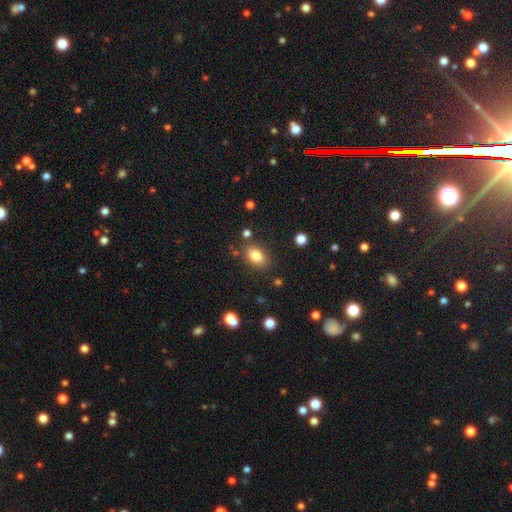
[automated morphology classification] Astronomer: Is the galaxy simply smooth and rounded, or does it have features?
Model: smooth — 82%.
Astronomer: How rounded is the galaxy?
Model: in between — 80%.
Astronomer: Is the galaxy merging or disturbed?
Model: none — 83%.